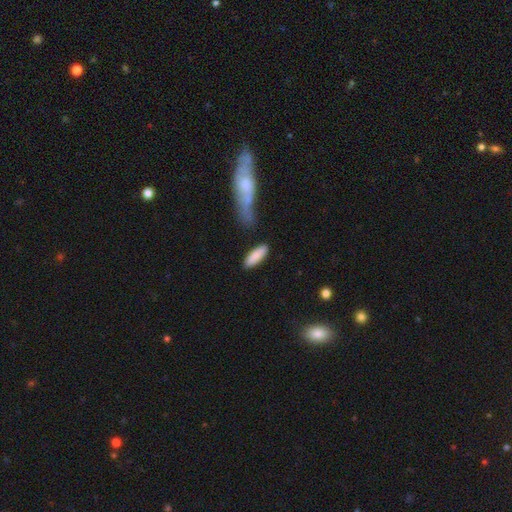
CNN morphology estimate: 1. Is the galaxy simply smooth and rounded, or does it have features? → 87% smooth, 8% featured or disk, 6% star or artifact.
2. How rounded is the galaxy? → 60% in between, 38% cigar-shaped, 2% round.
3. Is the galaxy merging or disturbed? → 79% none, 12% minor disturbance, 5% merger, 4% major disturbance.